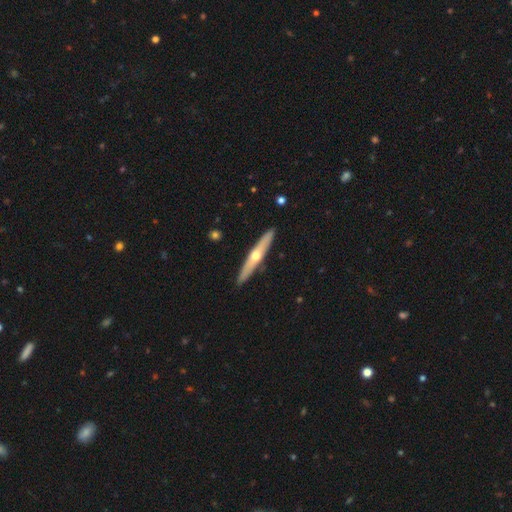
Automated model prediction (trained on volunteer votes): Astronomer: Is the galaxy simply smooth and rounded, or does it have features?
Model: featured or disk — 65%.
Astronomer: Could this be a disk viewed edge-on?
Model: yes — 94%.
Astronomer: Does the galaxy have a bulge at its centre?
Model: rounded — 89%.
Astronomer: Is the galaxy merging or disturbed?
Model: none — 91%.